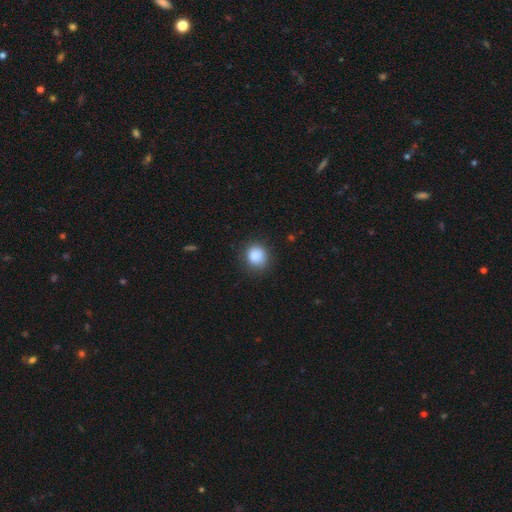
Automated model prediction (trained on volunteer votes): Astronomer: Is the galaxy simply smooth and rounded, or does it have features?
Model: smooth — 87%.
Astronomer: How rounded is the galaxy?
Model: round — 79%.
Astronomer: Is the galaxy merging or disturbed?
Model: none — 85%.